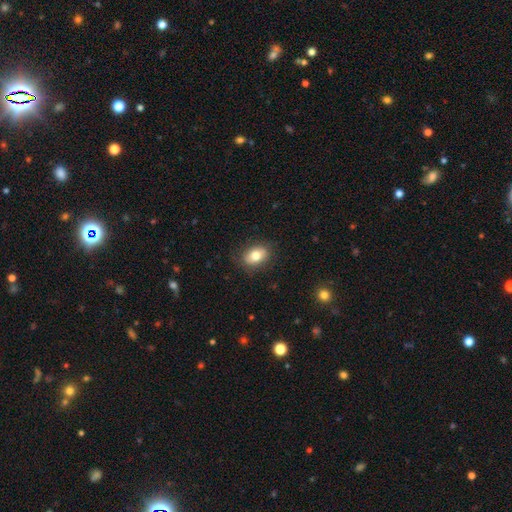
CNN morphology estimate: Smooth or featured? Predicted: smooth (p=0.79). How rounded? Predicted: in between (p=0.78). Merging? Predicted: none (p=0.85).